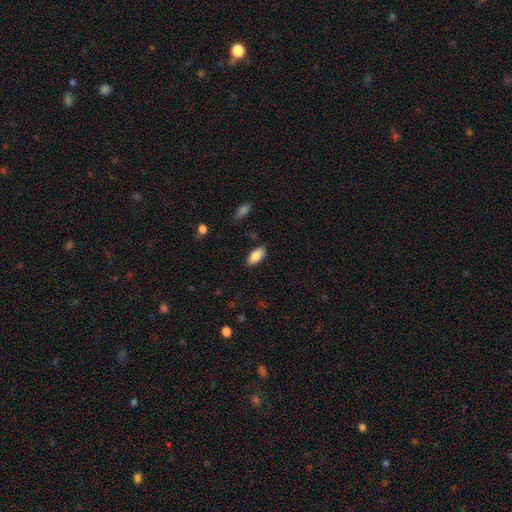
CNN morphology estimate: A smooth galaxy with no disk features (85%) that is in between round and cigar-shaped (92%).

Vote fractions:
- Smooth or featured? smooth: 85% / featured or disk: 8% / star or artifact: 7%
- How rounded? in between: 92% / cigar-shaped: 6% / round: 2%
- Merging? none: 85% / minor disturbance: 11% / major disturbance: 2% / merger: 1%